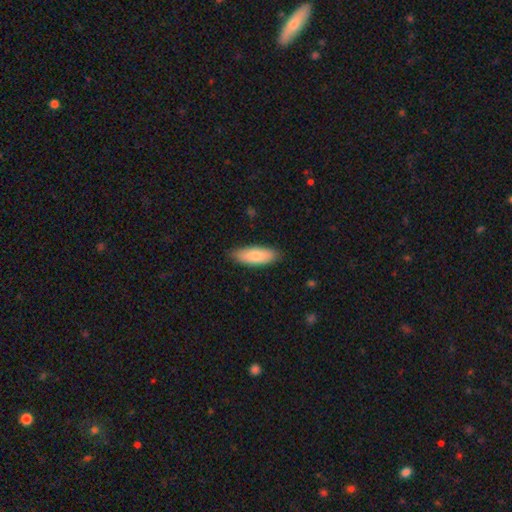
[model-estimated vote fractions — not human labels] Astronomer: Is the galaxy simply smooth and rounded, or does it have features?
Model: smooth — 79%.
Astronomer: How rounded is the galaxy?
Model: in between — 70%.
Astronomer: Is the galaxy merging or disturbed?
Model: none — 84%.